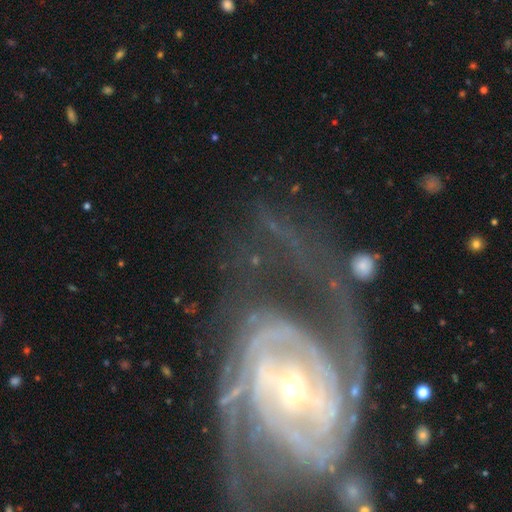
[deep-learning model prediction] This appears to be a featured or disk galaxy (72%) with no bar (45%), 2 (34%) tight (46%) spiral arms (80%) and a small central bulge (57%). Merging: none (41%).